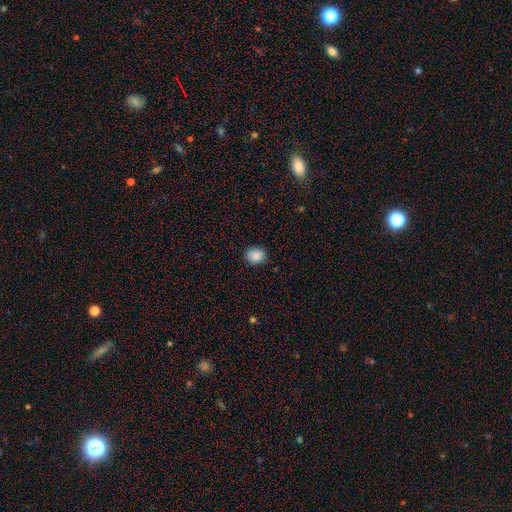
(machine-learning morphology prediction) The model was most divided on "how rounded": round: 65%, in between: 34%, cigar-shaped: 1%. More confident: merging — none (88%); smooth or featured — smooth (88%).